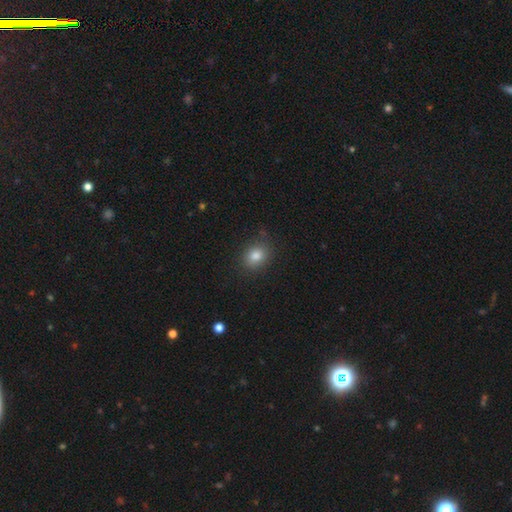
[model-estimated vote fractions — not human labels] A smooth galaxy with no disk features (83%) that is round (50%).

Vote fractions:
- Smooth or featured? smooth: 83% / star or artifact: 11% / featured or disk: 7%
- How rounded? round: 50% / in between: 49% / cigar-shaped: 1%
- Merging? none: 82% / minor disturbance: 13% / major disturbance: 3% / merger: 2%